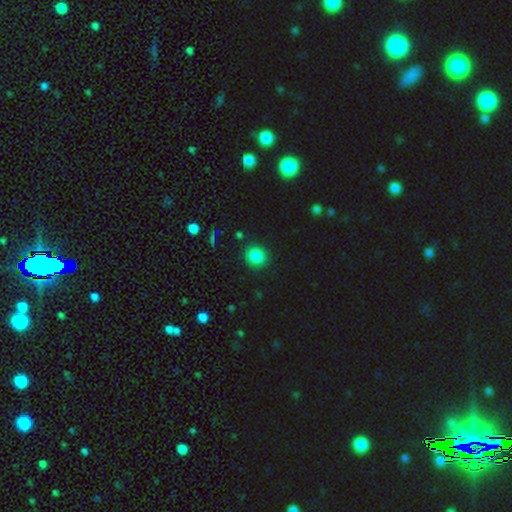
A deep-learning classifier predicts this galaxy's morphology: Smooth or featured? smooth (86%)
How rounded? round (86%)
Merging? none (89%)